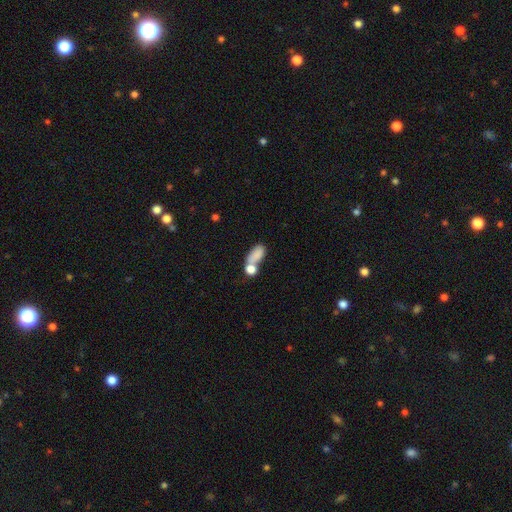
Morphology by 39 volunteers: A smooth galaxy with no disk features (85%) that is in between round and cigar-shaped (70%). Merging: merger (61%).